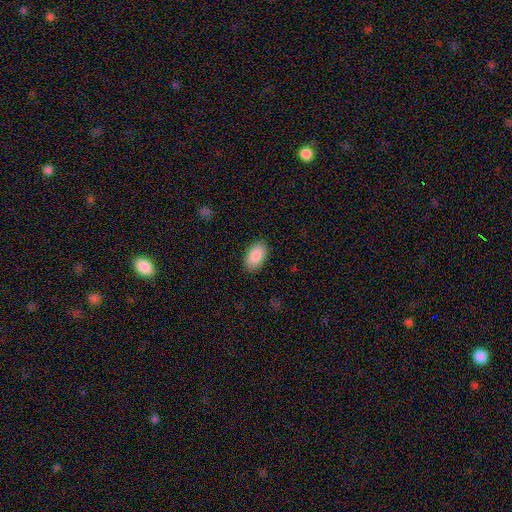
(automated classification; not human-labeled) Smooth or featured? smooth (90%)
How rounded? in between (95%)
Merging? none (88%)